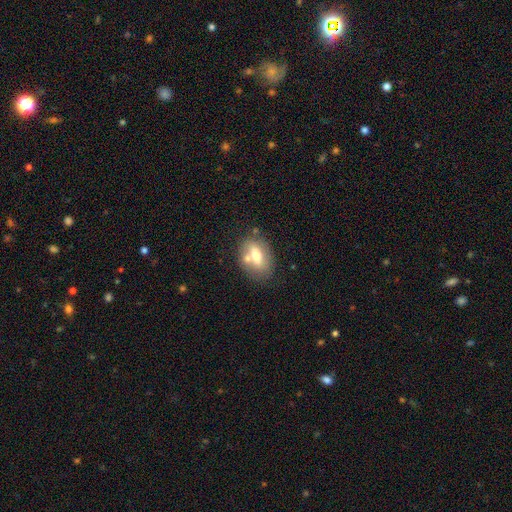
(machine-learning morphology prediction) type=smooth (60%); roundness=in between (79%); merging=none (62%).